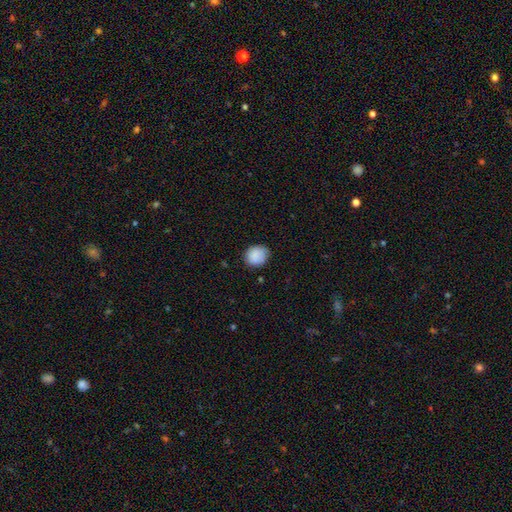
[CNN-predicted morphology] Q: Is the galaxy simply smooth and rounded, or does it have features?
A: smooth — 87%.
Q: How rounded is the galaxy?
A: round — 70%.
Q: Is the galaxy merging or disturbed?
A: none — 75%.